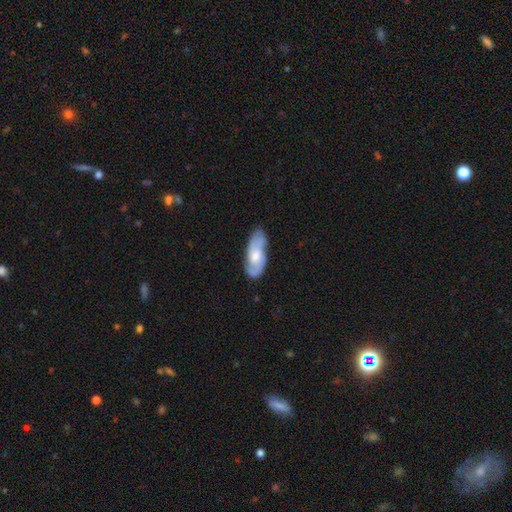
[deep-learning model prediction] Smooth or featured? featured or disk (62%)
Edge-on disk? no (89%)
Bar? no (63%)
Spiral arms? yes (88%)
Bulge size? moderate (57%)
Merging? none (71%)